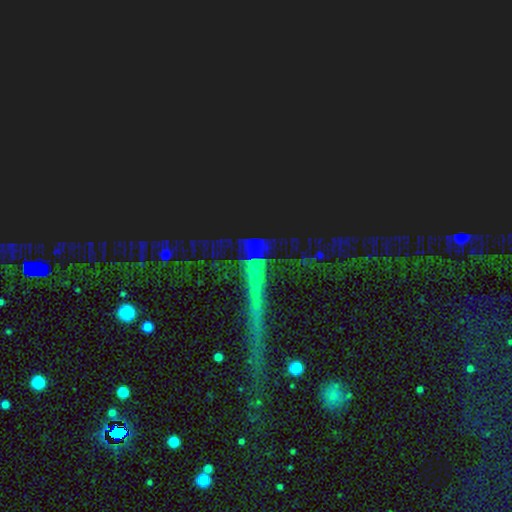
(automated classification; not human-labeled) smooth-or-featured: star or artifact: 70% | featured or disk: 16% | smooth: 14%